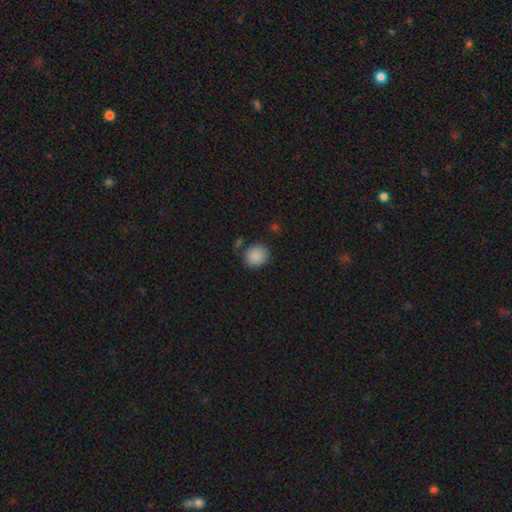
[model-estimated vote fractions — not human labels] The model was most divided on "how rounded": round: 77%, in between: 23%, cigar-shaped: 1%. More confident: smooth or featured — smooth (88%); merging — none (80%).